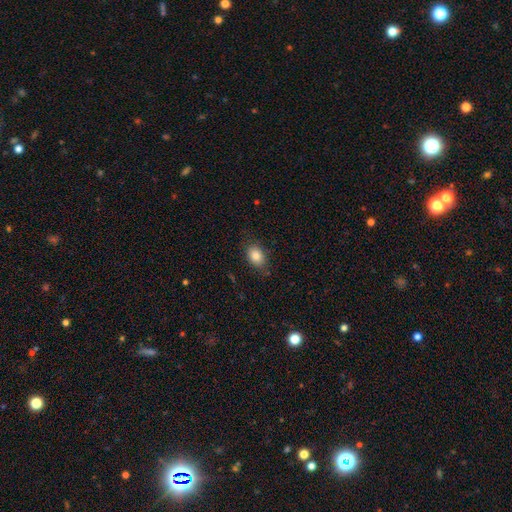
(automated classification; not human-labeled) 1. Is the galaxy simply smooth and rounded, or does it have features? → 85% smooth, 8% star or artifact, 6% featured or disk.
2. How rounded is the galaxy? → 78% in between, 20% round, 1% cigar-shaped.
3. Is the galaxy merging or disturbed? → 80% none, 15% minor disturbance, 4% major disturbance, 1% merger.